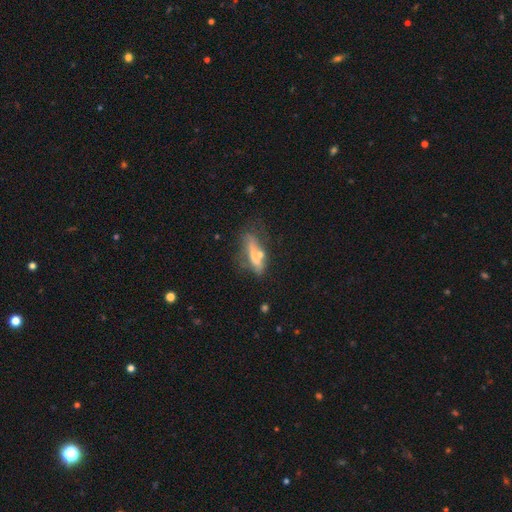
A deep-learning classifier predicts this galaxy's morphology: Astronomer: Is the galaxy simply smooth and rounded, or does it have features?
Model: smooth — 49% (runner-up: featured or disk, 41%).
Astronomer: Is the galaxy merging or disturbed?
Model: none — 44% (runner-up: minor disturbance, 23%).